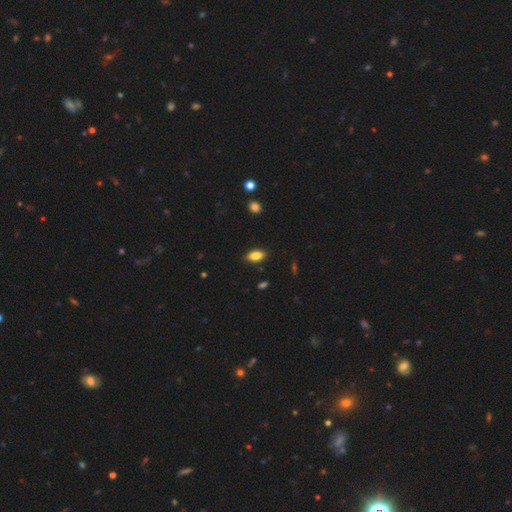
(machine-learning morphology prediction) Smooth or featured? smooth (84%)
How rounded? in between (89%)
Merging? none (86%)